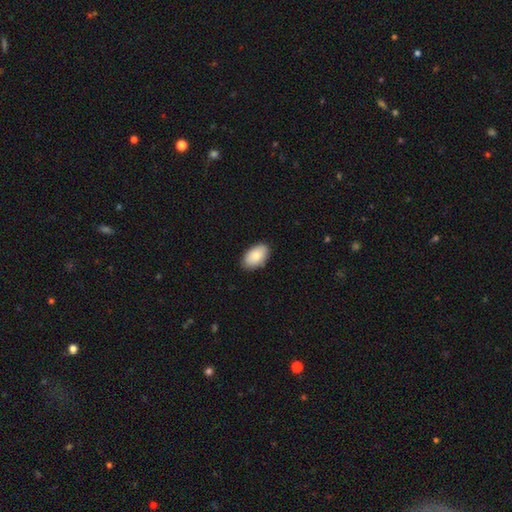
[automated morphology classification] Smooth or featured: smooth — 87% (featured or disk — 7%)
How rounded: in between — 95% (round — 4%)
Merging: none — 87% (minor disturbance — 10%)